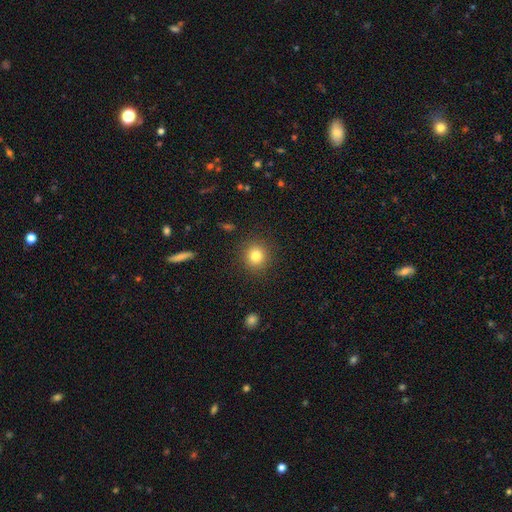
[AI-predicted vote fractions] smooth_or_featured: smooth (p=0.81) [alt: star or artifact p=0.12]
how_rounded: round (p=0.91) [alt: in between p=0.08]
merging: none (p=0.90) [alt: minor disturbance p=0.07]